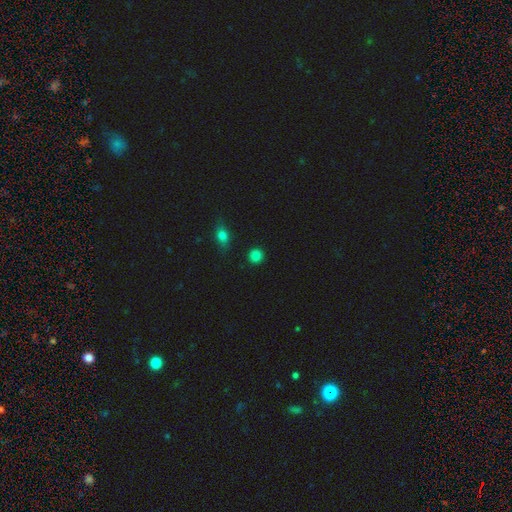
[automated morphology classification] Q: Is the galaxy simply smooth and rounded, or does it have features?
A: smooth — 84%.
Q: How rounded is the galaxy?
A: round — 90%.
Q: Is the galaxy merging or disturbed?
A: none — 90%.